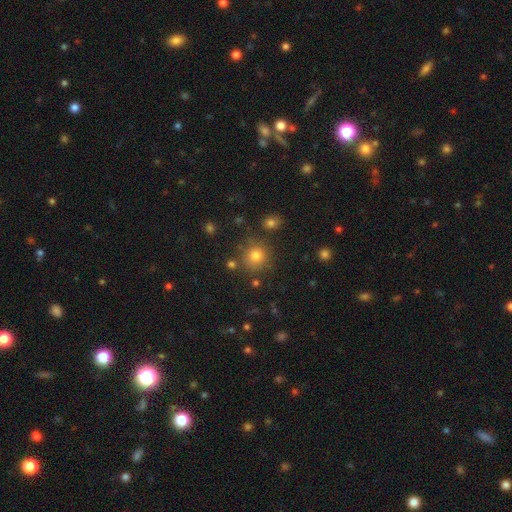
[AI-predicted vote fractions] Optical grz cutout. It shows a smooth galaxy with no disk features (79%) that is round (91%). Merging: none (78%).